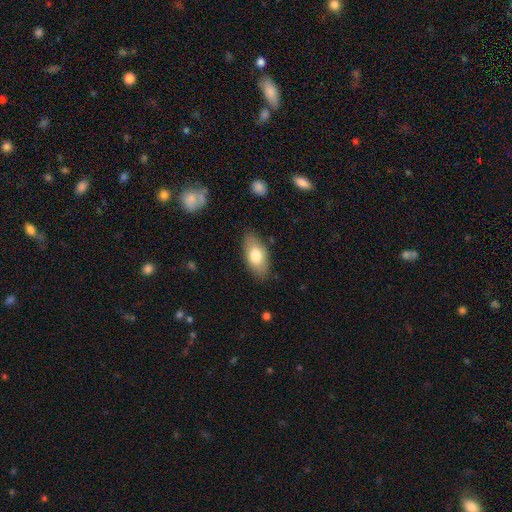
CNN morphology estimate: Smooth or featured?
  - smooth: 74% *
  - featured or disk: 20%
  - star or artifact: 6%
How rounded?
  - in between: 90% *
  - cigar-shaped: 6%
  - round: 3%
Merging?
  - none: 83% *
  - minor disturbance: 13%
  - major disturbance: 3%
  - merger: 1%